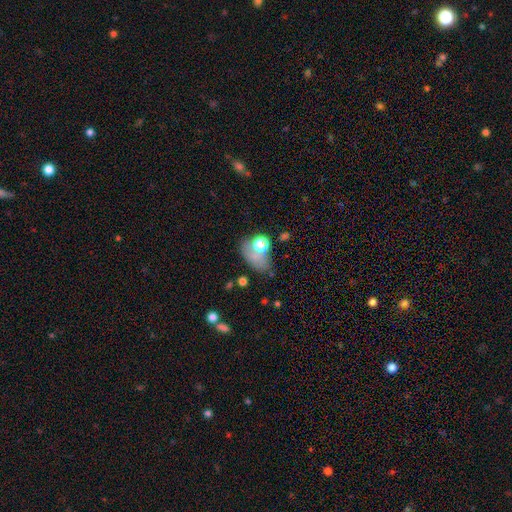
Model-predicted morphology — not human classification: Smooth or featured? Predicted: smooth (p=0.64). How rounded? Predicted: in between (p=0.76). Merging? Predicted: none (p=0.38).